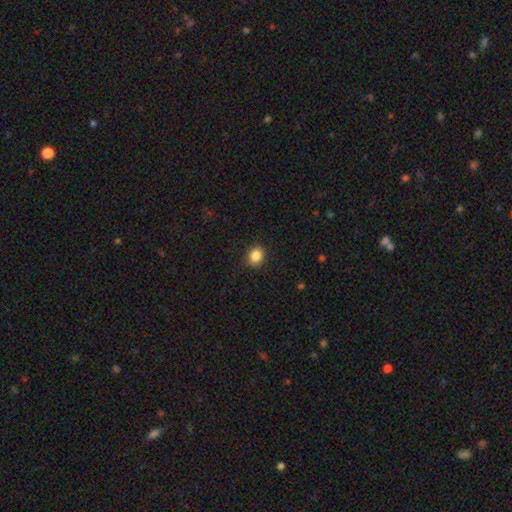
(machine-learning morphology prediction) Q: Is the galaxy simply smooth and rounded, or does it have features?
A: smooth — 86%.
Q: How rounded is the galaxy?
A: round — 64%.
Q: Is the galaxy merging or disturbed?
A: none — 88%.